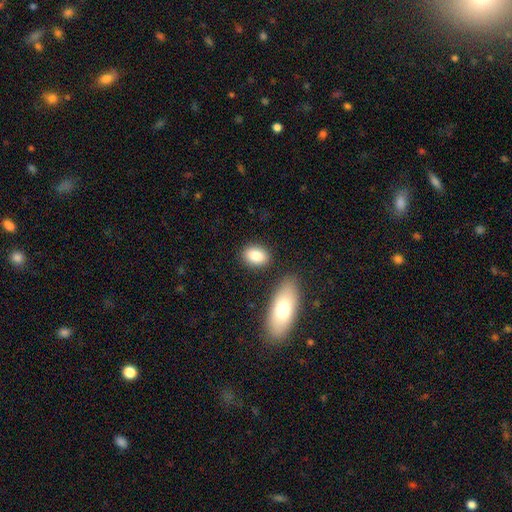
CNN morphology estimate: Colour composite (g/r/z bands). It shows a smooth galaxy with no disk features (85%) that is in between round and cigar-shaped (81%). Merging: none (80%).